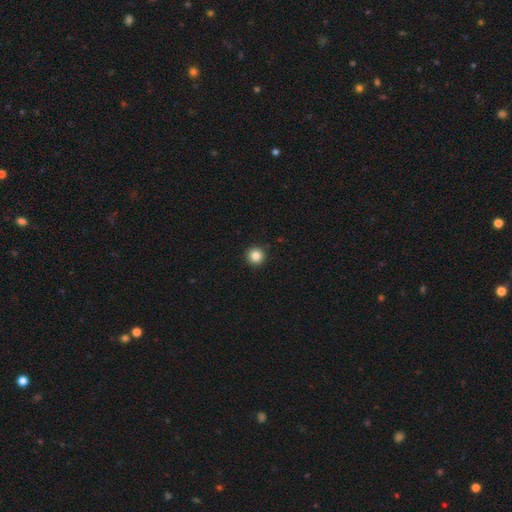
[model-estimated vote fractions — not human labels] A smooth galaxy with no disk features (84%) that is round (96%). Merging: none (93%).